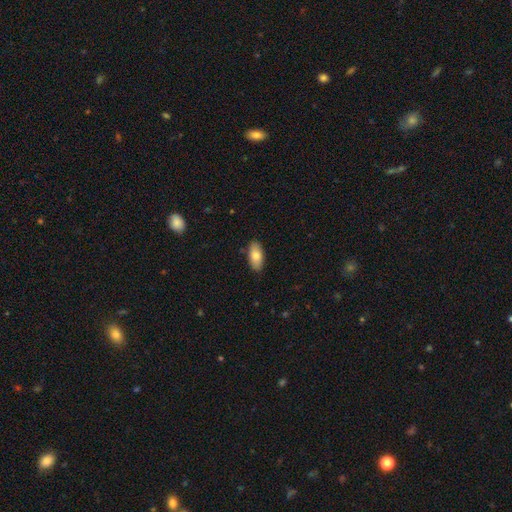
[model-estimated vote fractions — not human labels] smooth 79%, featured or disk 14%, star or artifact 6%. Down the decision tree: how rounded — in between (92%); merging — none (87%).